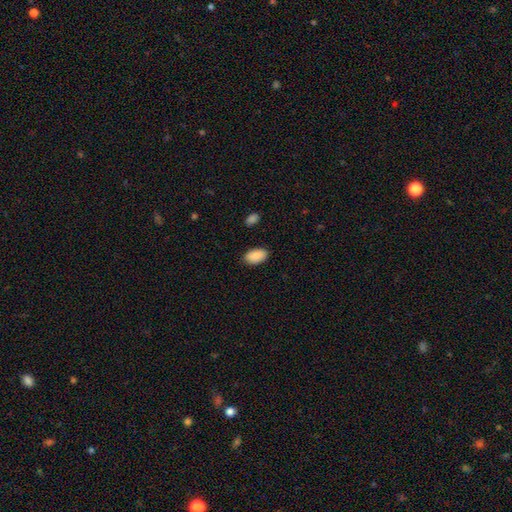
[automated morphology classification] This is clearly a smooth galaxy (89%). How rounded: clearly in between (95%). Merging: clearly none (86%).